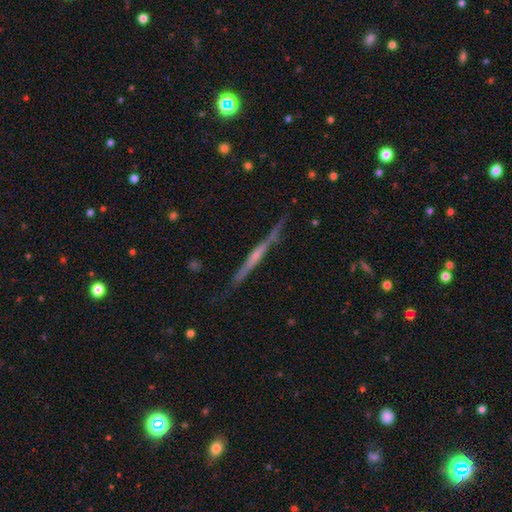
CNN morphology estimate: A featured or disk galaxy (72%) viewed edge-on (97%) with no central bulge (49%).

Vote fractions:
- Smooth or featured? featured or disk: 72% / smooth: 20% / star or artifact: 8%
- Edge-on disk? yes: 97% / no: 3%
- Edge-on bulge? none: 49% / rounded: 40% / boxy: 11%
- Merging? none: 86% / minor disturbance: 10% / major disturbance: 2% / merger: 2%